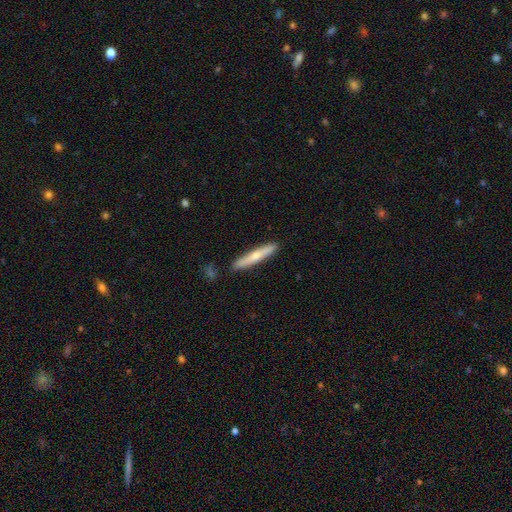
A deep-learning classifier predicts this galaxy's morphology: type=smooth (55%); roundness=cigar-shaped (93%); merging=none (88%).